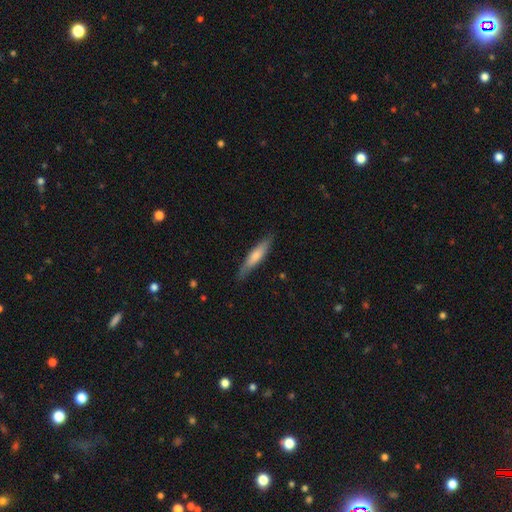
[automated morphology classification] This is likely a smooth galaxy (66%). How rounded: clearly cigar-shaped (84%). Merging: clearly none (82%).